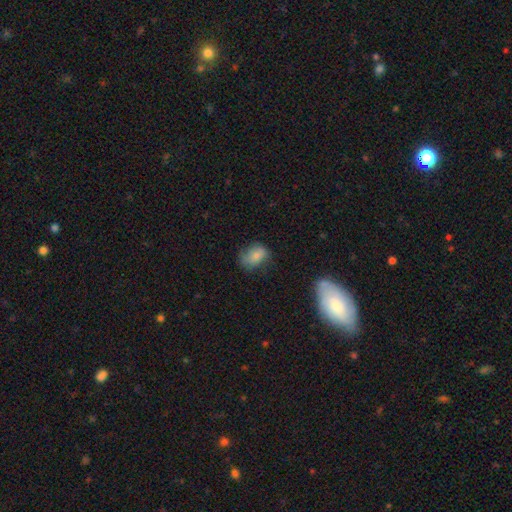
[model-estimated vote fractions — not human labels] This appears to be a smooth galaxy with no disk features (73%) that is in between round and cigar-shaped (67%). Merging: none (52%).